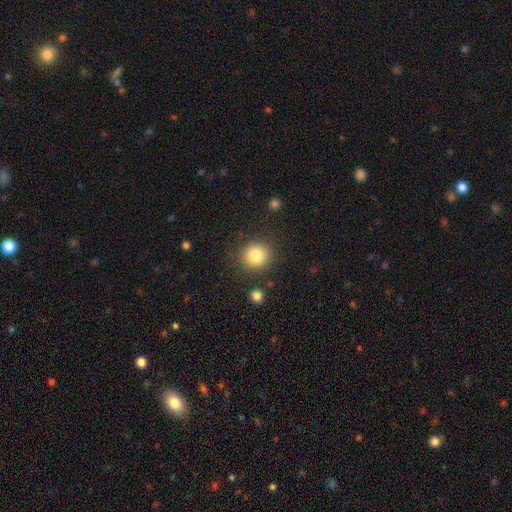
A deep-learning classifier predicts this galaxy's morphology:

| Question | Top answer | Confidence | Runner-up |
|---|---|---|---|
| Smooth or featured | smooth | 83% | star or artifact (10%) |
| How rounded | round | 89% | in between (10%) |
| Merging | none | 86% | minor disturbance (8%) |